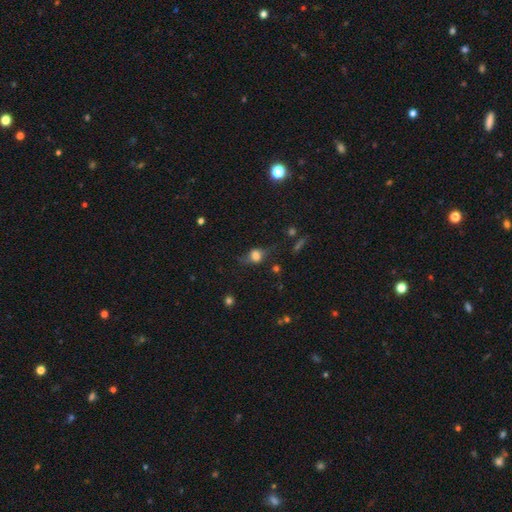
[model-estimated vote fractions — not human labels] Smooth or featured? smooth (57%)
How rounded? round (51%)
Merging? none (59%)